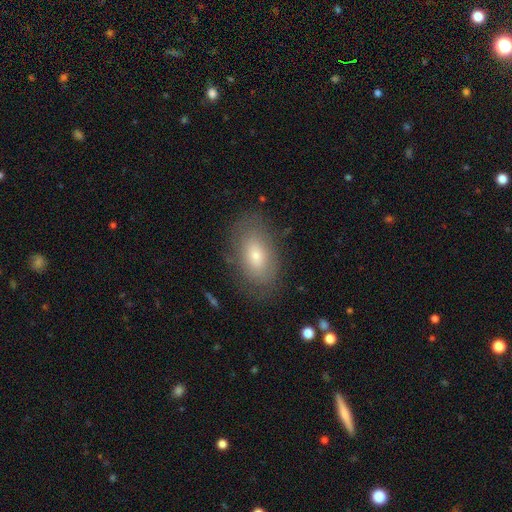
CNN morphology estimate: smooth-or-featured: smooth: 63% | featured or disk: 28% | star or artifact: 9%
  how-rounded: in between: 91% | round: 7% | cigar-shaped: 2%
  merging: none: 78% | minor disturbance: 14% | major disturbance: 6% | merger: 1%